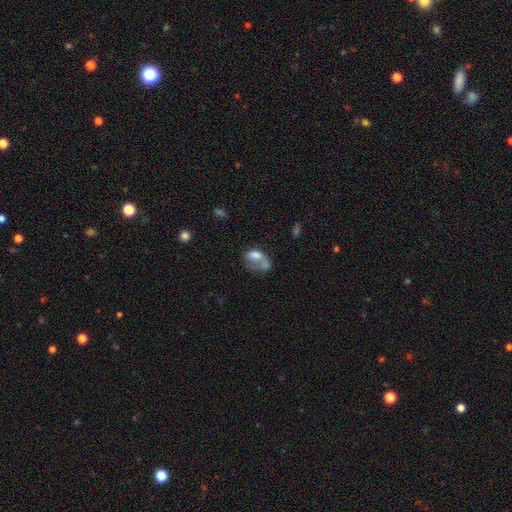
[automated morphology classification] Smooth or featured? Predicted: smooth (p=0.61). How rounded? Predicted: in between (p=0.84). Merging? Predicted: merger (p=0.36).